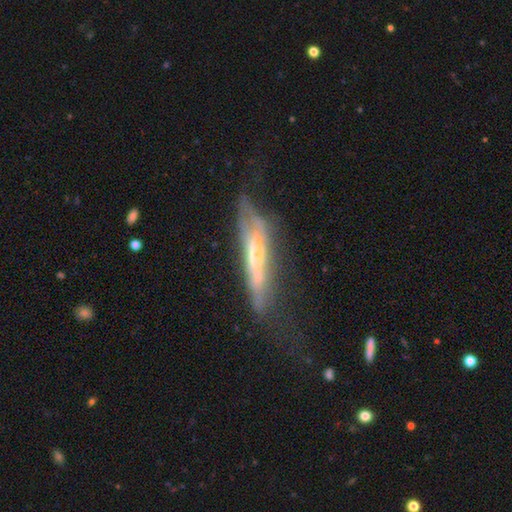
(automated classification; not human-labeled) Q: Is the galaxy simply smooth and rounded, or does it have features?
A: featured or disk — 65%.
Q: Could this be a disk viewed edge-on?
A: yes — 65%.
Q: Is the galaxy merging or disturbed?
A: none — 42%.